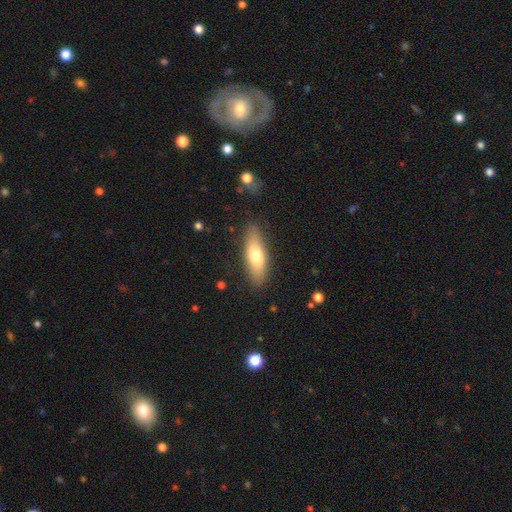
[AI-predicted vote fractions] A smooth galaxy with no disk features (69%) that is in between round and cigar-shaped (54%). Merging: none (86%).